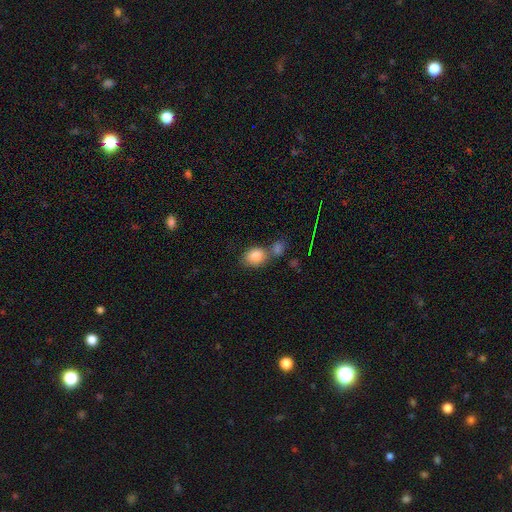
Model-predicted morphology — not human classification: A smooth galaxy with no disk features (84%) that is in between round and cigar-shaped (64%). Merging: none (46%).